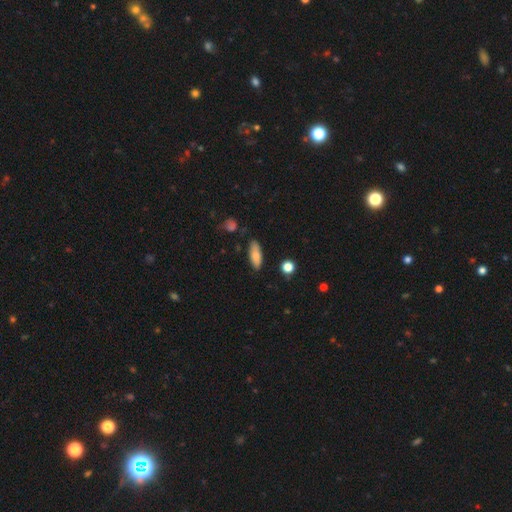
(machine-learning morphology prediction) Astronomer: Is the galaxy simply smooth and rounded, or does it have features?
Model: smooth — 80%.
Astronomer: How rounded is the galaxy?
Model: in between — 75%.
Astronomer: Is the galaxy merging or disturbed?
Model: none — 81%.